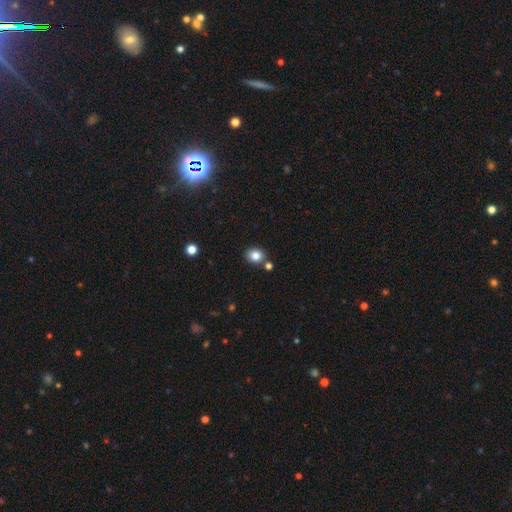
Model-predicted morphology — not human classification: Smooth or featured: smooth — 83% (star or artifact — 11%)
How rounded: round — 61% (in between — 38%)
Merging: none — 78% (merger — 10%)